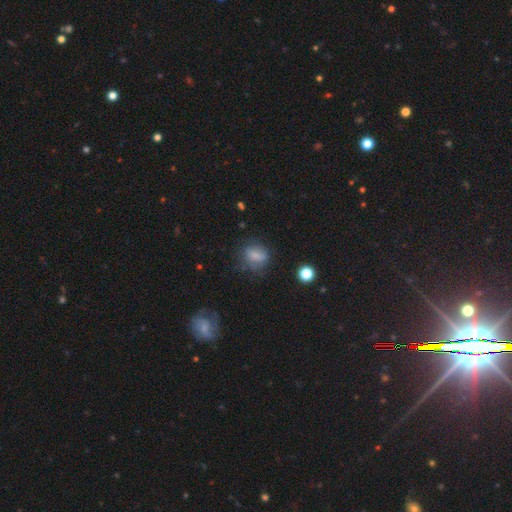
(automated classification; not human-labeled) Smooth or featured? Predicted: smooth (p=0.69). How rounded? Predicted: in between (p=0.50). Merging? Predicted: none (p=0.57).